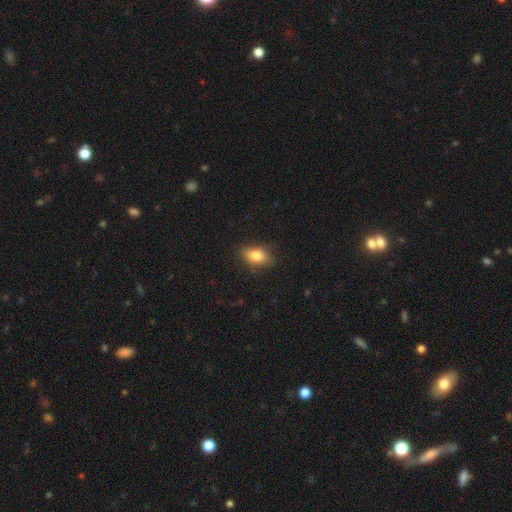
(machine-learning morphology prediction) This appears to be a smooth galaxy with no disk features (80%) that is in between round and cigar-shaped (84%). Merging: none (83%).